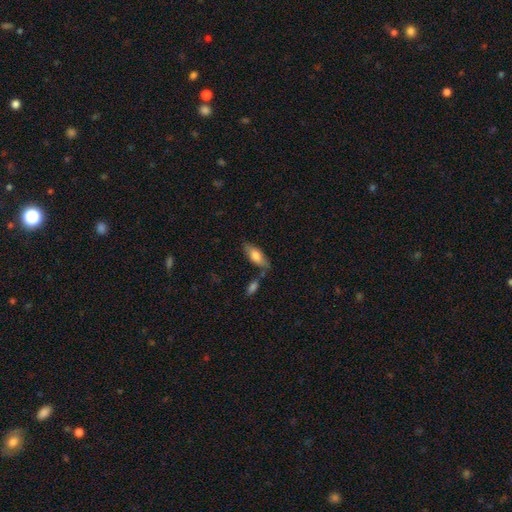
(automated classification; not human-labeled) Overall: smooth (72%). How rounded: in between (77%). Merging: none (67%).